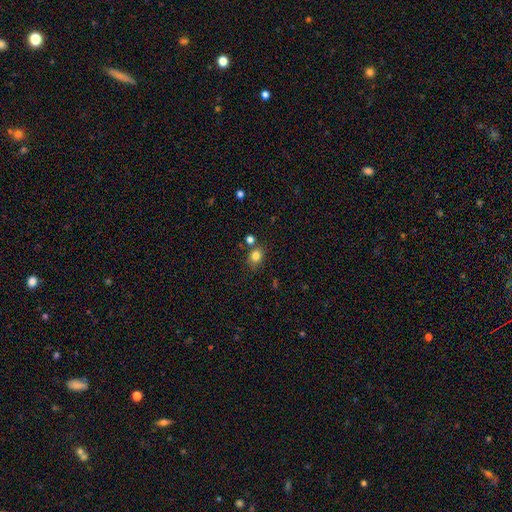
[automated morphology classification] Smooth or featured? smooth (82%)
How rounded? round (61%)
Merging? none (71%)